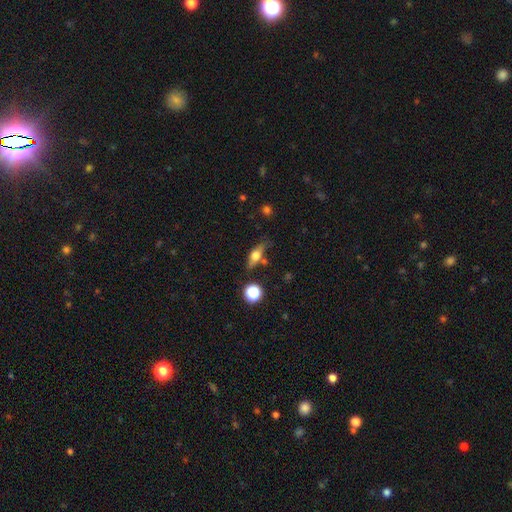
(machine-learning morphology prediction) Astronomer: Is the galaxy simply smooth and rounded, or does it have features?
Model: smooth — 55% (runner-up: featured or disk, 36%).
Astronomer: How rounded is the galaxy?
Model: in between — 57%.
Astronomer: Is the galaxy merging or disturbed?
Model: none — 67%.